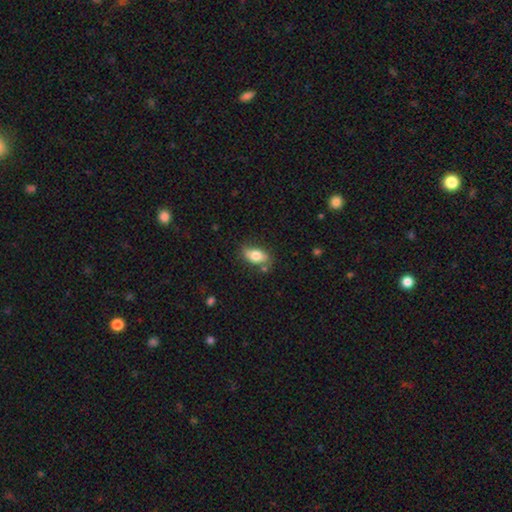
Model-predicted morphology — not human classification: smooth 75%, featured or disk 18%, star or artifact 7%. Down the decision tree: how rounded — in between (89%); merging — none (72%).